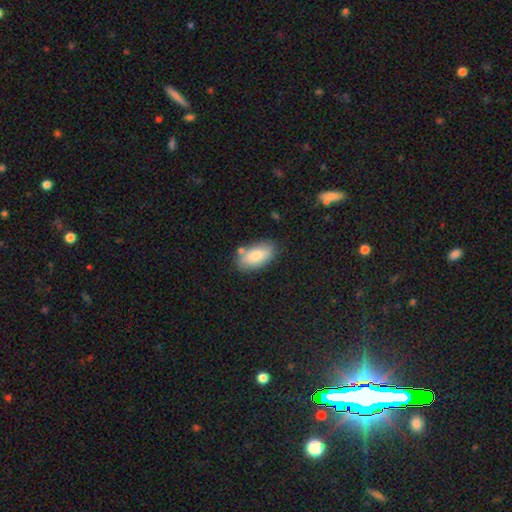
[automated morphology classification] Smooth or featured: smooth — 81% (featured or disk — 12%)
How rounded: in between — 92% (cigar-shaped — 4%)
Merging: none — 72% (minor disturbance — 16%)